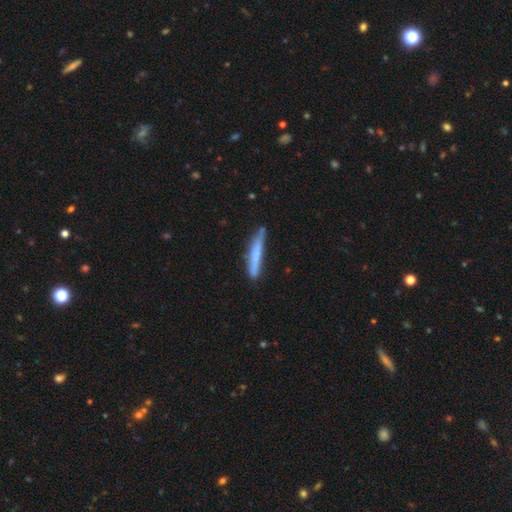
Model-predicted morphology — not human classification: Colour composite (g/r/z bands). It shows a smooth galaxy with no disk features (66%) that is cigar-shaped (95%). Merging: none (73%).